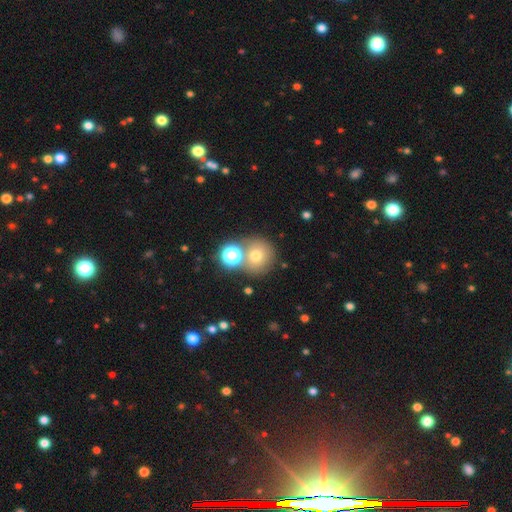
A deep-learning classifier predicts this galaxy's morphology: smooth 68%, star or artifact 18%, featured or disk 13%. Down the decision tree: how rounded — round (91%); merging — none (65%).